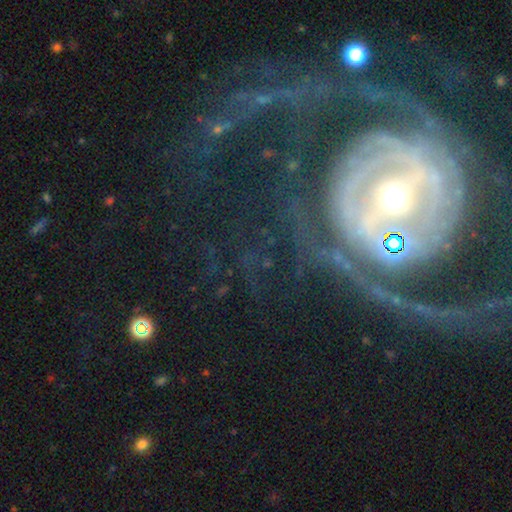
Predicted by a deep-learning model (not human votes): Q: Smooth or featured?
A: featured or disk (79%); runner-up: star or artifact (11%)
Q: Edge-on disk?
A: no (94%); runner-up: yes (6%)
Q: Bar?
A: no (39%); runner-up: strong (34%)
Q: Spiral arms?
A: yes (80%); runner-up: no (20%)
Q: Spiral winding?
A: tight (51%); runner-up: medium (30%)
Q: Spiral arm count?
A: 2 (34%); runner-up: can't tell (27%)
Q: Bulge size?
A: moderate (54%); runner-up: small (37%)
Q: Merging?
A: none (51%); runner-up: major disturbance (27%)